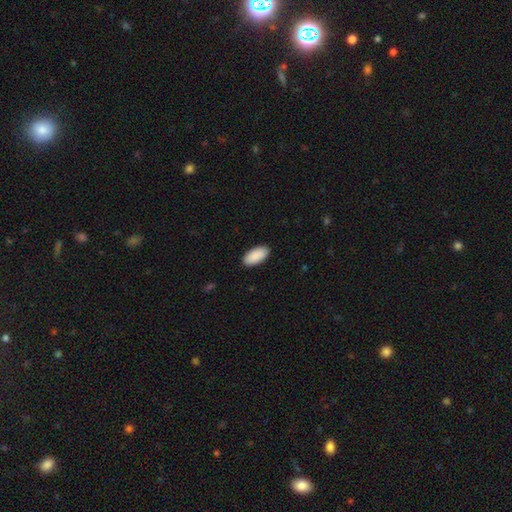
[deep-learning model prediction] This appears to be a smooth galaxy with no disk features (92%) that is in between round and cigar-shaped (94%). Merging: none (90%).